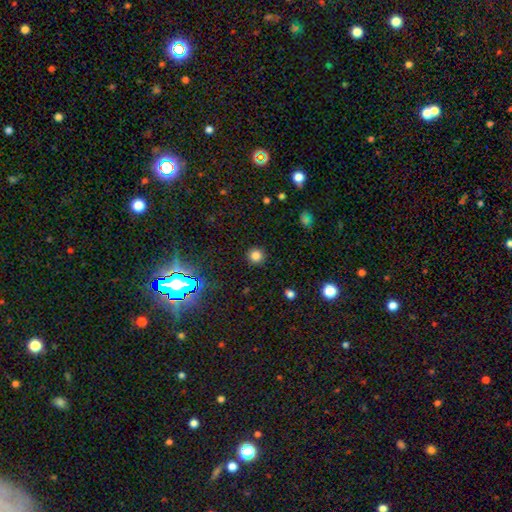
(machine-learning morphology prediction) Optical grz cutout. It shows a smooth galaxy with no disk features (79%) that is round (94%). Merging: none (91%).